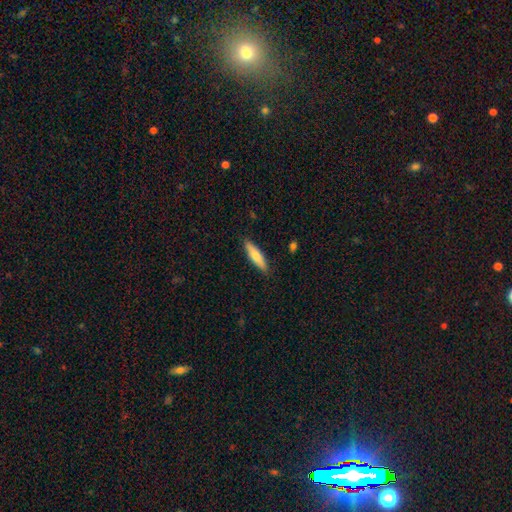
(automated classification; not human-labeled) Overall: smooth (70%). How rounded: cigar-shaped (69%). Merging: none (88%).